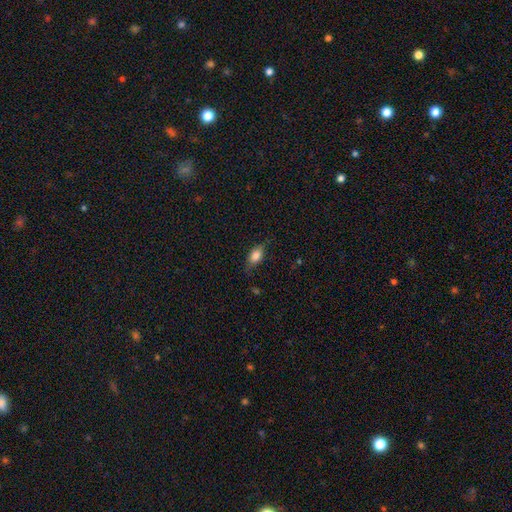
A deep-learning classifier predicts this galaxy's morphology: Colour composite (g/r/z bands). It shows a smooth galaxy with no disk features (78%) that is in between round and cigar-shaped (84%). Merging: none (66%).